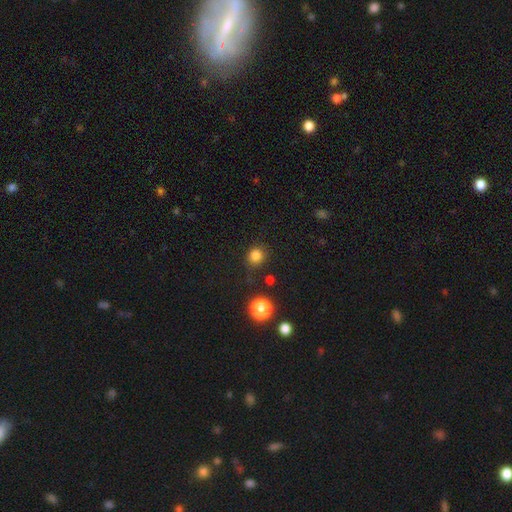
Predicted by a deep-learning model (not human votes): Overall: smooth (82%). How rounded: round (86%). Merging: none (82%).